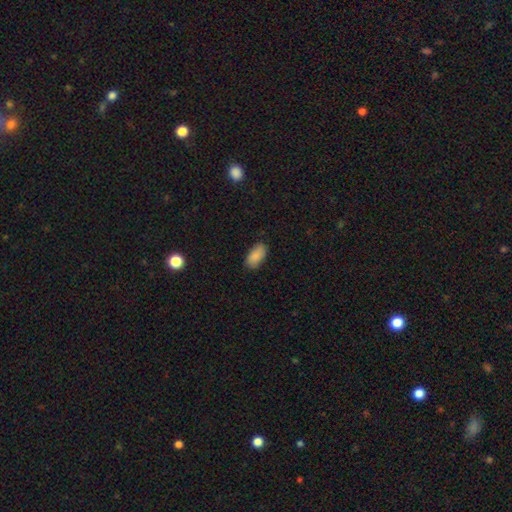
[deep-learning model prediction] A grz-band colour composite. It shows a smooth galaxy with no disk features (87%) that is in between round and cigar-shaped (94%). Merging: none (83%).